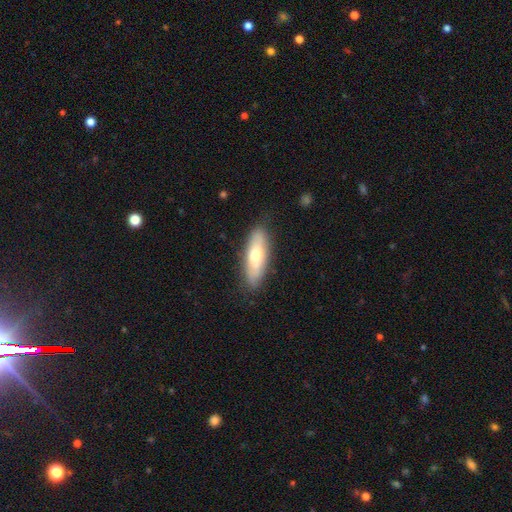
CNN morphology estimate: Overall: smooth (63%; featured or disk 31%). How rounded: in between (50%; cigar-shaped 48%). Merging: none (86%).